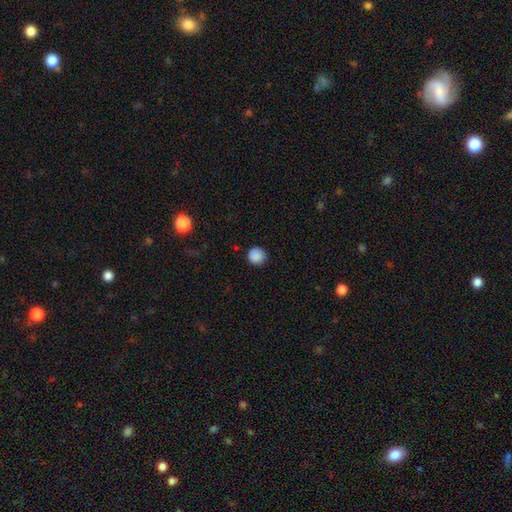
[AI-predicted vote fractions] smooth 87%, star or artifact 10%, featured or disk 3%. Down the decision tree: how rounded — round (94%); merging — none (89%).